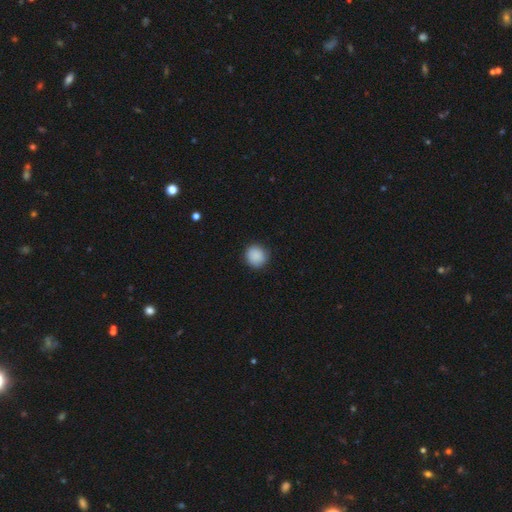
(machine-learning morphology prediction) This is clearly a smooth galaxy (89%). How rounded: clearly round (90%). Merging: clearly none (89%).